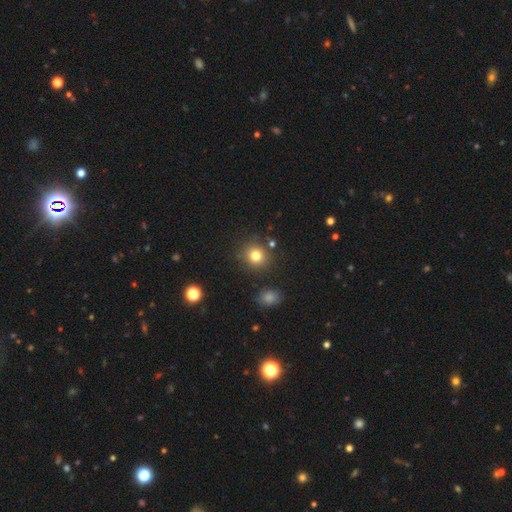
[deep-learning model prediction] This is likely a smooth galaxy (79%). How rounded: clearly round (87%). Merging: clearly none (83%).